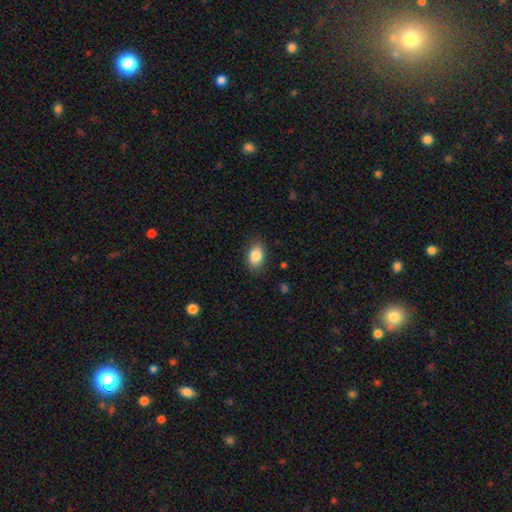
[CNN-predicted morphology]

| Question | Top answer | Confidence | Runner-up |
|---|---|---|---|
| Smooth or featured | smooth | 86% | star or artifact (8%) |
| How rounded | in between | 86% | round (12%) |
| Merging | none | 86% | minor disturbance (10%) |